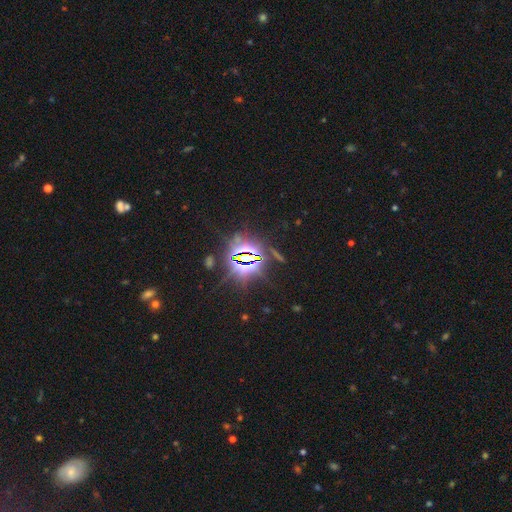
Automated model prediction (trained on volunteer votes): This is clearly a star or artifact rather than a galaxy (85%).